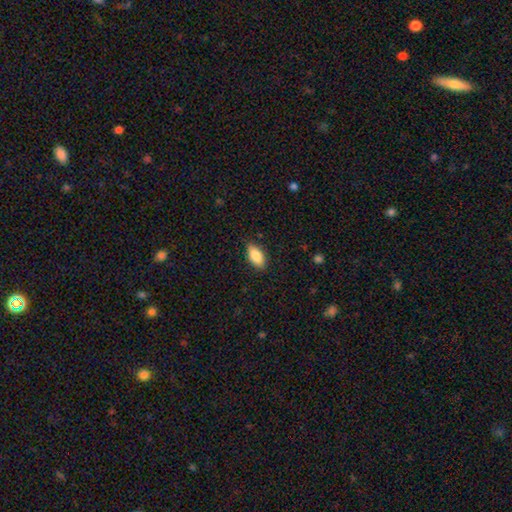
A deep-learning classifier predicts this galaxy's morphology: A smooth galaxy with no disk features (86%) that is in between round and cigar-shaped (91%).

Vote fractions:
- Smooth or featured? smooth: 86% / featured or disk: 8% / star or artifact: 7%
- How rounded? in between: 91% / cigar-shaped: 6% / round: 3%
- Merging? none: 85% / minor disturbance: 12% / major disturbance: 2% / merger: 1%